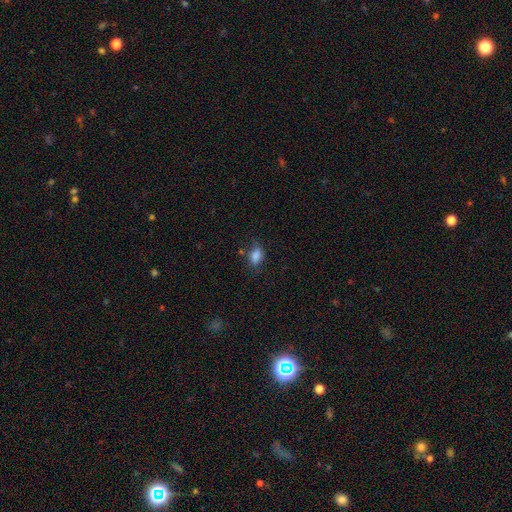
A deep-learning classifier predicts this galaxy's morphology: This appears to be a smooth galaxy with no disk features (81%) that is in between round and cigar-shaped (84%). Merging: none (58%).